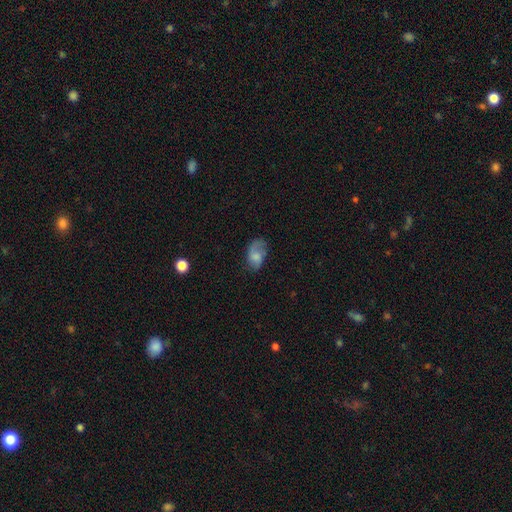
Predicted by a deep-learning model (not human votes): A smooth galaxy with no disk features (59%) that is in between round and cigar-shaped (89%).

Vote fractions:
- Smooth or featured? smooth: 59% / featured or disk: 32% / star or artifact: 9%
- How rounded? in between: 89% / round: 10% / cigar-shaped: 2%
- Merging? none: 51% / minor disturbance: 30% / major disturbance: 17% / merger: 2%